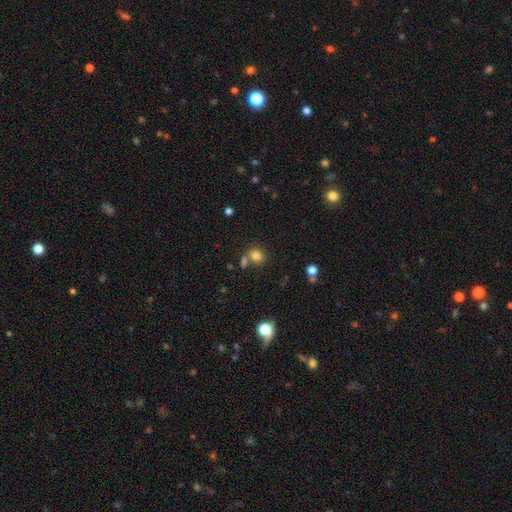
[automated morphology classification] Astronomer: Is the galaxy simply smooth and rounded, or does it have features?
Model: smooth — 80%.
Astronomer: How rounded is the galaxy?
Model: round — 74%.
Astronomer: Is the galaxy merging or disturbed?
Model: none — 64%.